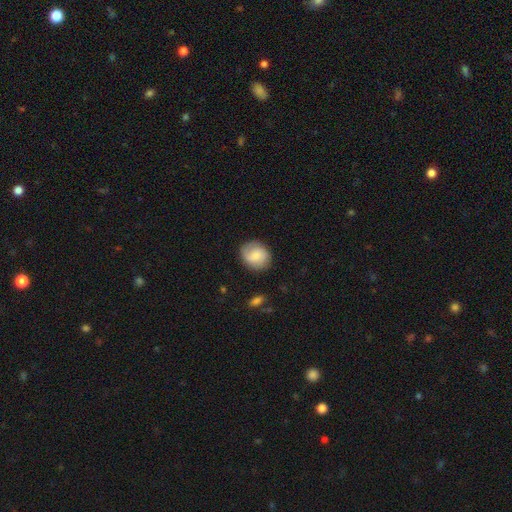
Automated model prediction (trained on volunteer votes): smooth-or-featured: smooth: 68% | featured or disk: 25% | star or artifact: 7%
  how-rounded: round: 70% | in between: 29% | cigar-shaped: 1%
  merging: none: 80% | minor disturbance: 14% | major disturbance: 4% | merger: 1%